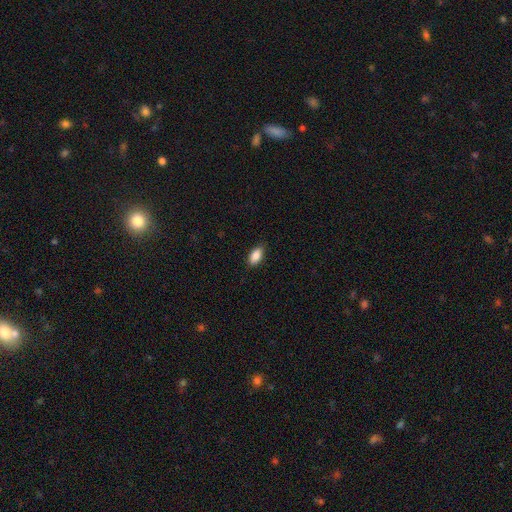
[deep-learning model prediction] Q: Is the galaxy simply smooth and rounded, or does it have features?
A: smooth — 88%.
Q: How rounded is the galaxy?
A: in between — 91%.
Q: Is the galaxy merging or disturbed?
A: none — 85%.